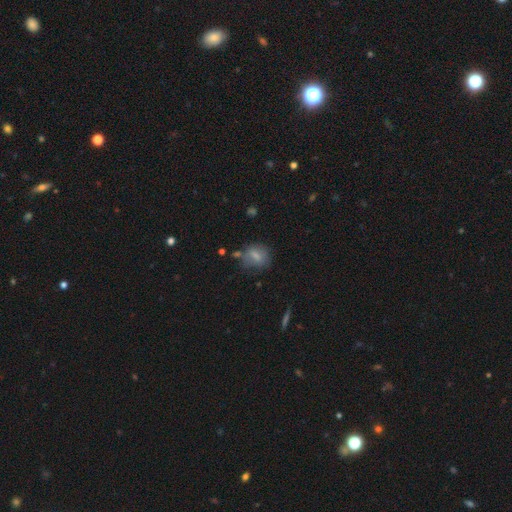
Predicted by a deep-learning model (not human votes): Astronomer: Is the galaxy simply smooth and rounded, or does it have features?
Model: smooth — 69%.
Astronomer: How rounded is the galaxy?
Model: in between — 49% (runner-up: round, 48%).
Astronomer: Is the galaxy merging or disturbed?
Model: none — 58%.